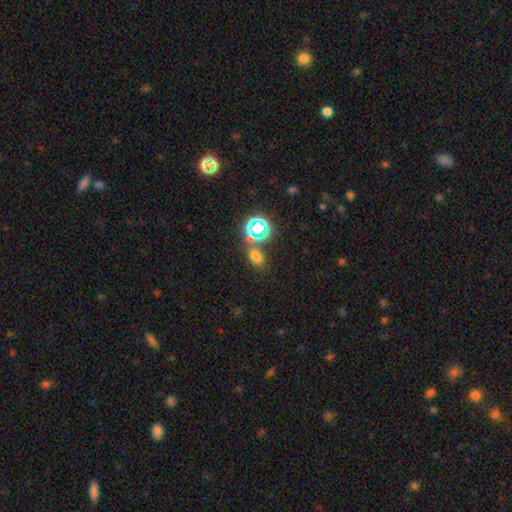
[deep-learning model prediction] This is likely a smooth galaxy (64%). How rounded: likely in between (68%). Merging: likely none (72%).